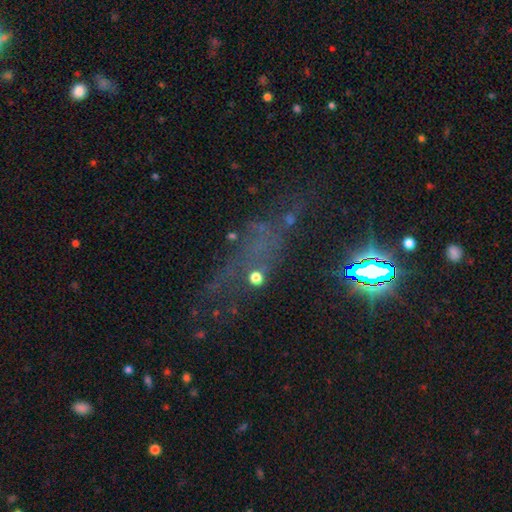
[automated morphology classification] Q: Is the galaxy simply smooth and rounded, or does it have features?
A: star or artifact — 48%.